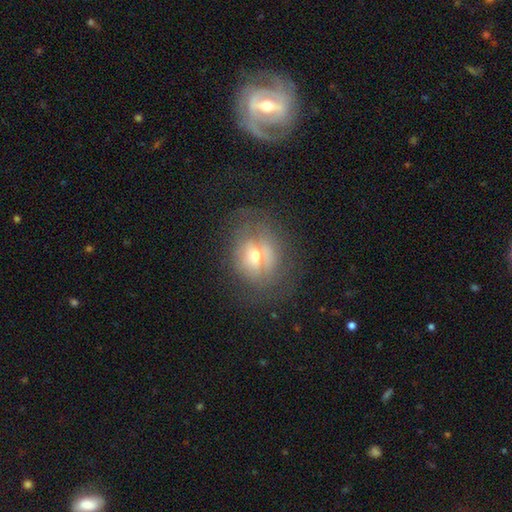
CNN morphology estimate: Smooth or featured? featured or disk (45%)
Merging? none (59%)